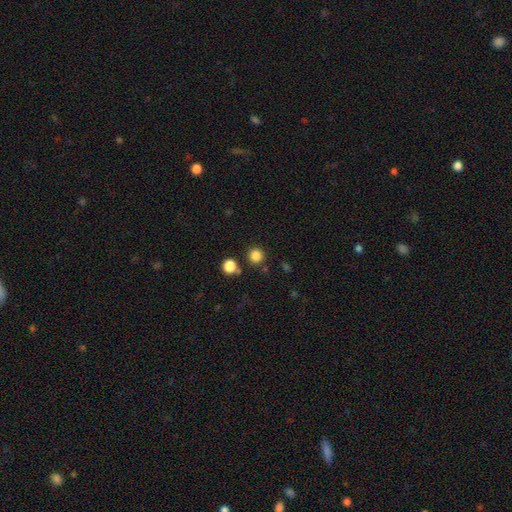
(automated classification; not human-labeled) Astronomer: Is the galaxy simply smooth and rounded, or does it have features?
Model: smooth — 83%.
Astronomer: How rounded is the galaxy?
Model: round — 94%.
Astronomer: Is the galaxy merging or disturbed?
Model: none — 86%.